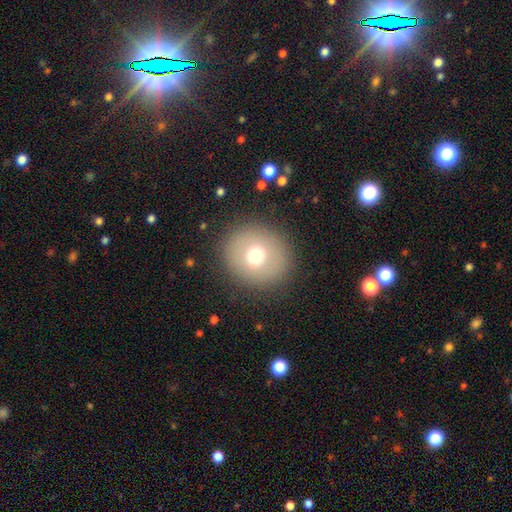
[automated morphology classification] Smooth or featured?
  - smooth: 66% *
  - featured or disk: 21%
  - star or artifact: 12%
How rounded?
  - round: 89% *
  - in between: 10%
  - cigar-shaped: 1%
Merging?
  - none: 88% *
  - minor disturbance: 7%
  - major disturbance: 4%
  - merger: 1%